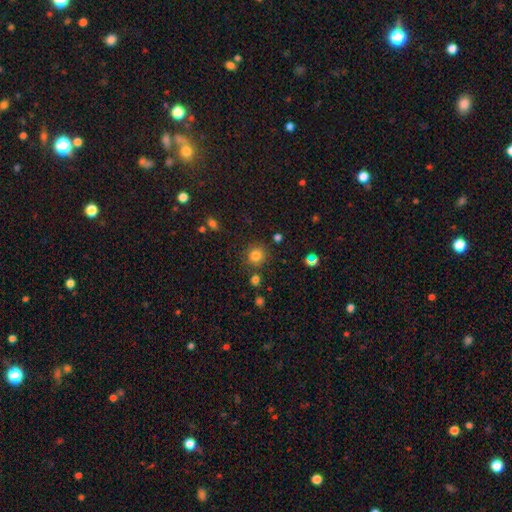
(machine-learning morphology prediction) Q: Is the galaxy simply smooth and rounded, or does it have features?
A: smooth — 80%.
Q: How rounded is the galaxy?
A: round — 91%.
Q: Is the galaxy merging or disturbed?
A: none — 84%.